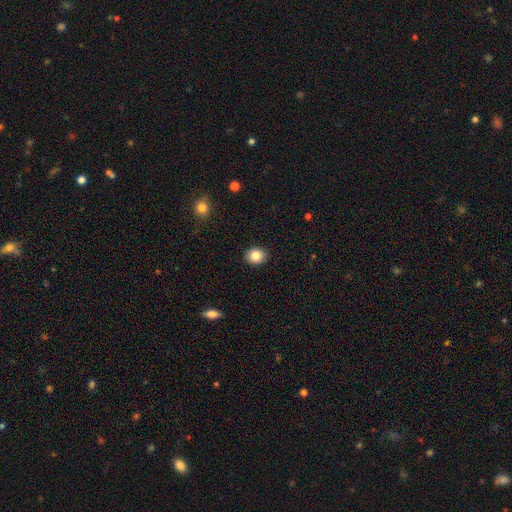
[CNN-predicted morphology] The model was most divided on "how rounded": round: 62%, in between: 37%, cigar-shaped: 1%. More confident: merging — none (91%); smooth or featured — smooth (85%).